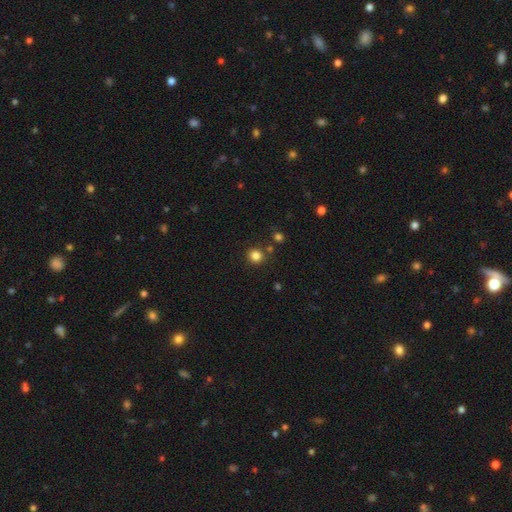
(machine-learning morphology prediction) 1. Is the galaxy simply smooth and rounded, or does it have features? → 83% smooth, 13% star or artifact, 4% featured or disk.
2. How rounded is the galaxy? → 89% round, 10% in between, 1% cigar-shaped.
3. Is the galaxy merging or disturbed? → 84% none, 7% minor disturbance, 6% merger, 3% major disturbance.